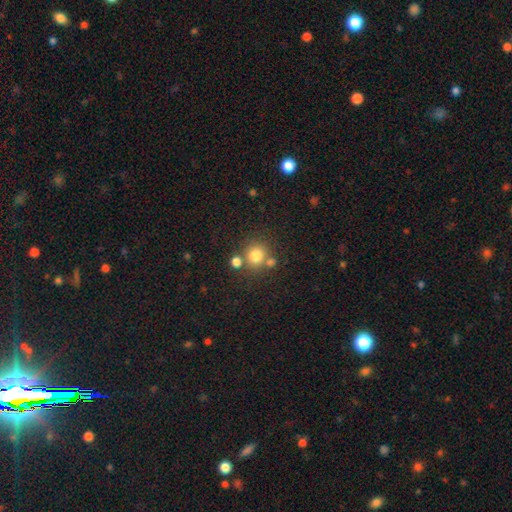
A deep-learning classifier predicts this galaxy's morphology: Smooth or featured?
  - smooth: 78% *
  - star or artifact: 14%
  - featured or disk: 8%
How rounded?
  - round: 88% *
  - in between: 12%
  - cigar-shaped: 1%
Merging?
  - none: 66% *
  - merger: 20%
  - minor disturbance: 9%
  - major disturbance: 4%